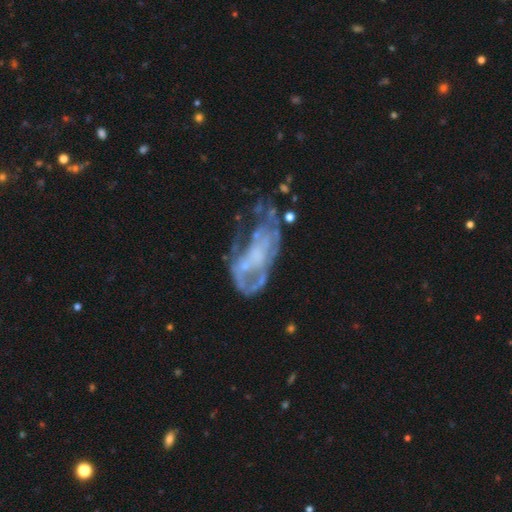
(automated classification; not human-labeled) featured or disk 71%, smooth 18%, star or artifact 11%. Down the decision tree: edge-on disk — no (94%); bar — no (79%); spiral arms — no (61%); bulge size — none (53%); merging — major disturbance (39%).